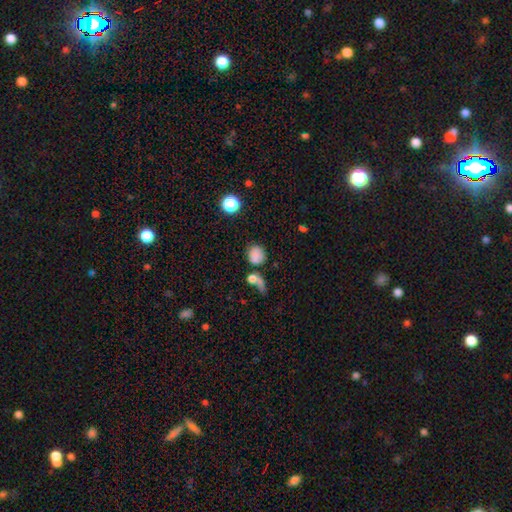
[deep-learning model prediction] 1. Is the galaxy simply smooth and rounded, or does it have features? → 77% smooth, 14% star or artifact, 9% featured or disk.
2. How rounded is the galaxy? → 76% round, 22% in between, 2% cigar-shaped.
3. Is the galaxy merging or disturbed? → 53% none, 21% merger, 15% minor disturbance, 11% major disturbance.